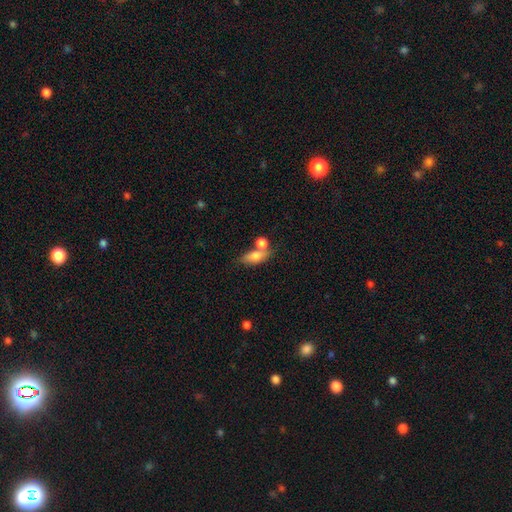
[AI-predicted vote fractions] smooth_or_featured: smooth (p=0.75) [alt: featured or disk p=0.17]
how_rounded: in between (p=0.73) [alt: cigar-shaped p=0.14]
merging: none (p=0.43) [alt: merger p=0.36]